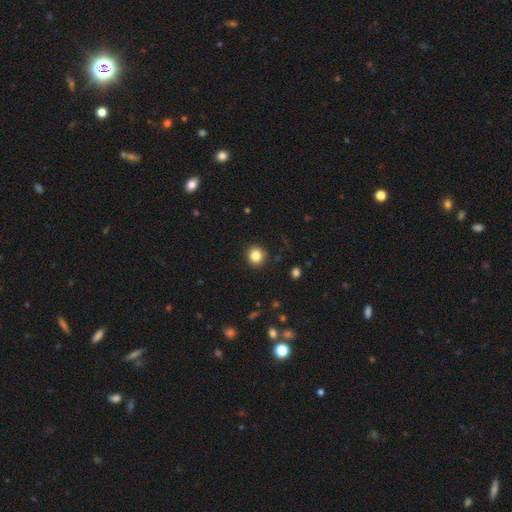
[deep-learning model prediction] The model was most divided on "smooth or featured": smooth: 84%, star or artifact: 11%, featured or disk: 5%. More confident: how rounded — round (91%); merging — none (91%).